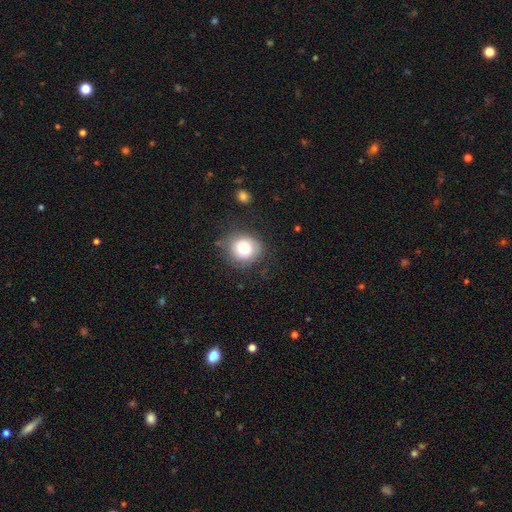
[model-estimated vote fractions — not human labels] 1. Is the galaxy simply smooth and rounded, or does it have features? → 71% smooth, 18% star or artifact, 11% featured or disk.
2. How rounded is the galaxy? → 84% round, 15% in between, 1% cigar-shaped.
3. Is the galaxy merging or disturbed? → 84% none, 11% minor disturbance, 4% major disturbance, 1% merger.